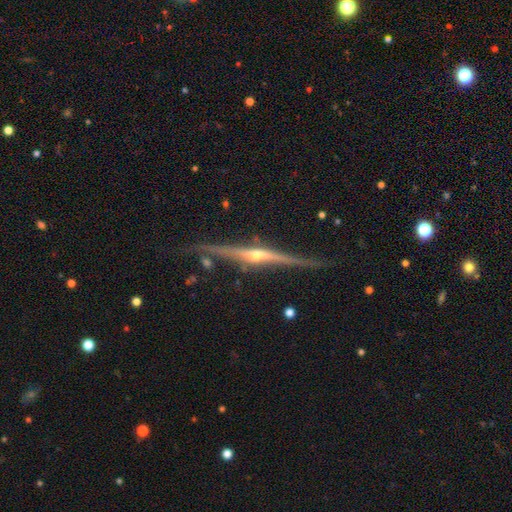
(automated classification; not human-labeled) The model was most divided on "merging": none: 80%, minor disturbance: 14%, major disturbance: 3%, merger: 3%. More confident: edge-on disk — yes (98%); smooth or featured — featured or disk (87%); edge-on bulge — rounded (86%).